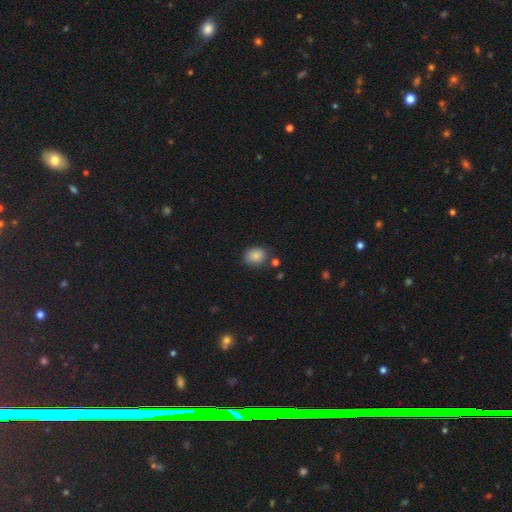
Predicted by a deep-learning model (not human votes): This appears to be a smooth galaxy with no disk features (86%) that is round (53%). Merging: none (76%).